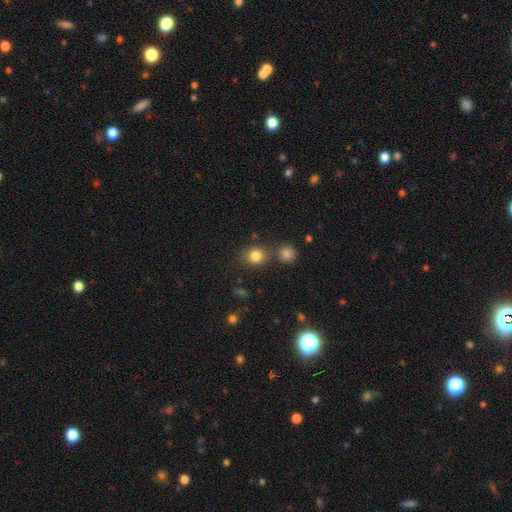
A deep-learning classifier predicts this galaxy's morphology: Overall: smooth (82%). How rounded: round (78%). Merging: none (71%).